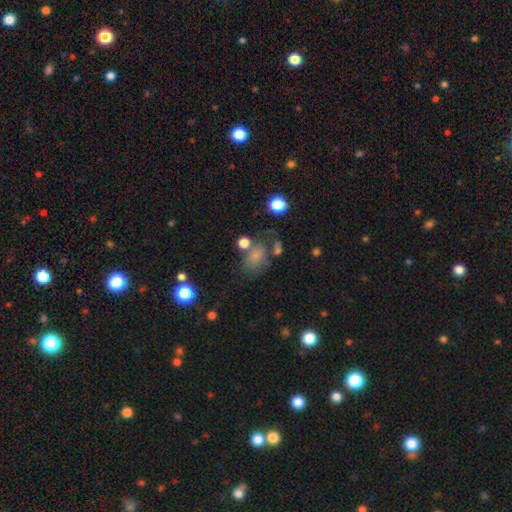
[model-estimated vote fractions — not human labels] A smooth galaxy with no disk features (68%) that is in between round and cigar-shaped (61%).

Vote fractions:
- Smooth or featured? smooth: 68% / featured or disk: 17% / star or artifact: 15%
- How rounded? in between: 61% / round: 38% / cigar-shaped: 1%
- Merging? none: 43% / minor disturbance: 22% / major disturbance: 19% / merger: 16%